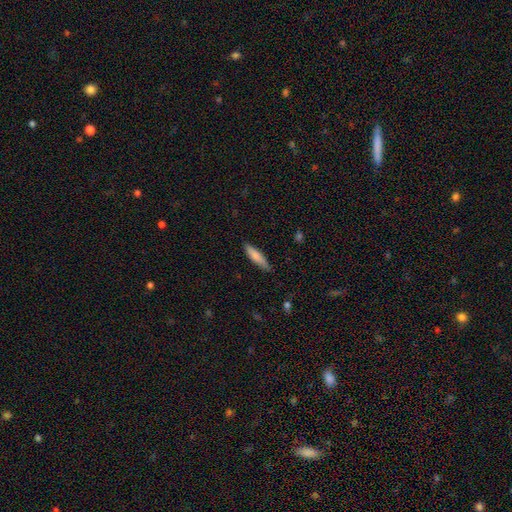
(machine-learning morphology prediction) Smooth or featured? smooth (78%)
How rounded? cigar-shaped (76%)
Merging? none (84%)